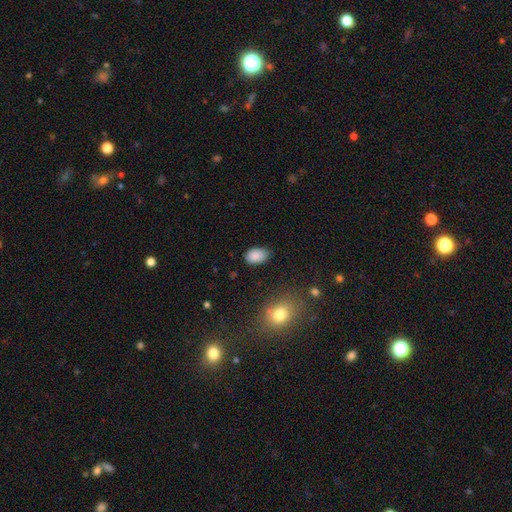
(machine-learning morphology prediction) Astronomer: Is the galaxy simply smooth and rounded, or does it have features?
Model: smooth — 88%.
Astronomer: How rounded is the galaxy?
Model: in between — 90%.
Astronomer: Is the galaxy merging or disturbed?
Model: none — 80%.